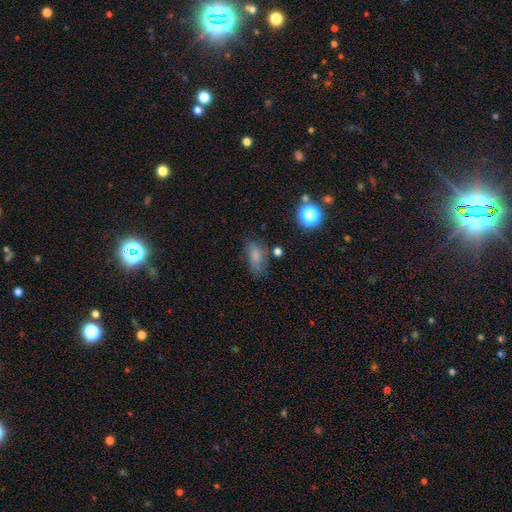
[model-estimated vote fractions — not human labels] smooth_or_featured: smooth (p=0.70) [alt: featured or disk p=0.15]
how_rounded: in between (p=0.85) [alt: round p=0.10]
merging: none (p=0.60) [alt: minor disturbance p=0.25]